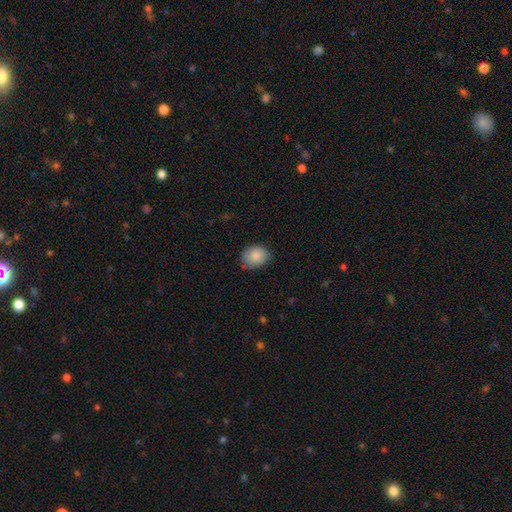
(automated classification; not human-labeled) smooth_or_featured: smooth (p=0.87) [alt: star or artifact p=0.07]
how_rounded: in between (p=0.53) [alt: round p=0.46]
merging: none (p=0.75) [alt: minor disturbance p=0.20]